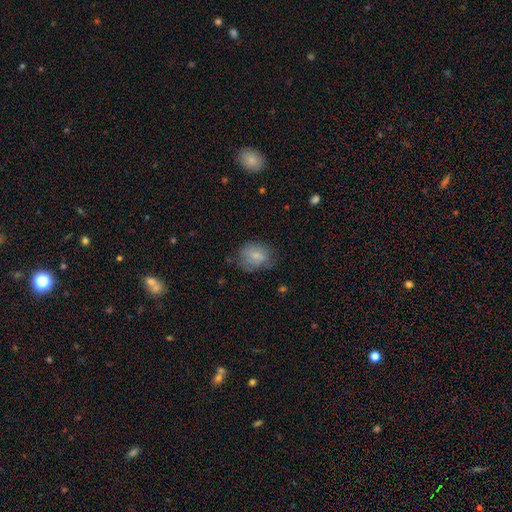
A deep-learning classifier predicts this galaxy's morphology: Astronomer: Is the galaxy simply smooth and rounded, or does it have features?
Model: smooth — 75%.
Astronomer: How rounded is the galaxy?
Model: round — 50% (runner-up: in between, 49%).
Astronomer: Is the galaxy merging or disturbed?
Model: none — 60%.